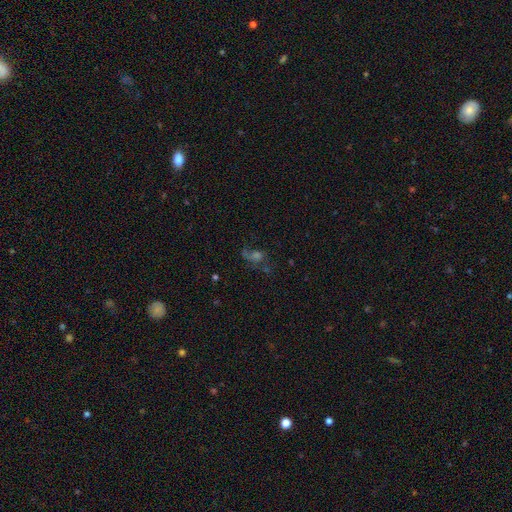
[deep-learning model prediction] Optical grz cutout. It shows a featured or disk galaxy (40%). Merging: none (50%).